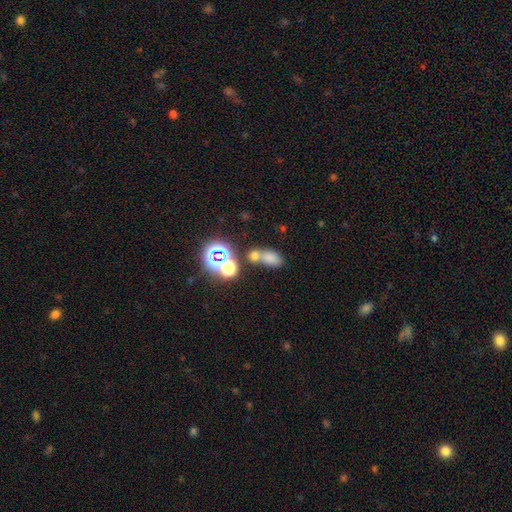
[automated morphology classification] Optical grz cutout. It shows a smooth galaxy with no disk features (66%) that is in between round and cigar-shaped (73%). Merging: none (45%).